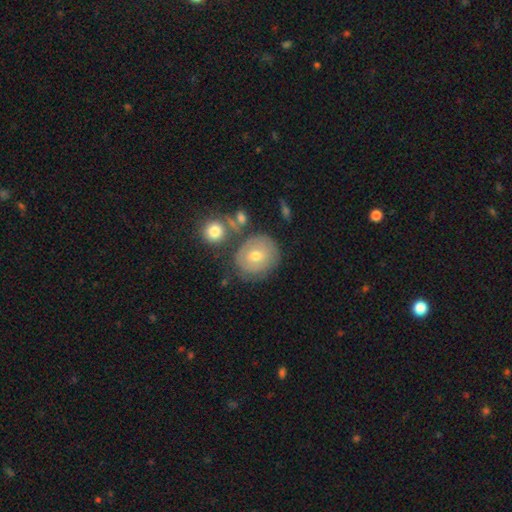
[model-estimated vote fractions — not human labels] A smooth galaxy with no disk features (57%) that is round (74%). Merging: none (67%).